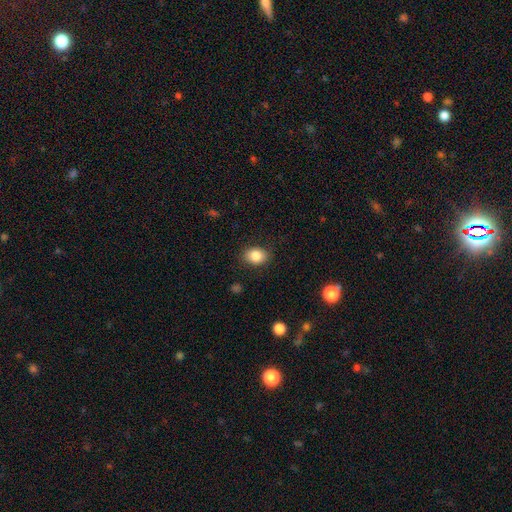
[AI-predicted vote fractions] Smooth or featured: smooth — 85% (star or artifact — 9%)
How rounded: in between — 66% (round — 33%)
Merging: none — 86% (minor disturbance — 10%)